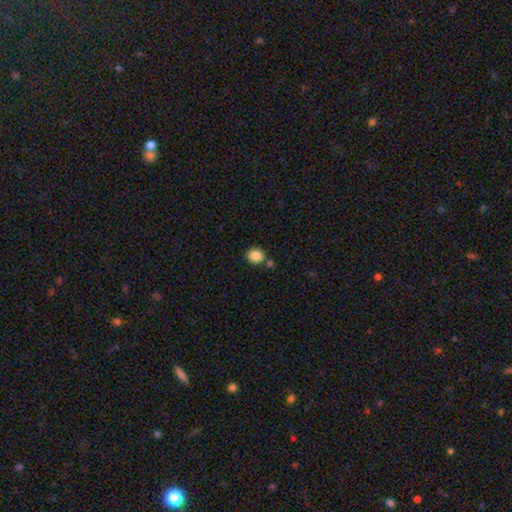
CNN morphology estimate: Smooth or featured?
  - smooth: 85% *
  - star or artifact: 9%
  - featured or disk: 5%
How rounded?
  - round: 70% *
  - in between: 29%
  - cigar-shaped: 1%
Merging?
  - none: 77% *
  - merger: 11%
  - minor disturbance: 10%
  - major disturbance: 3%